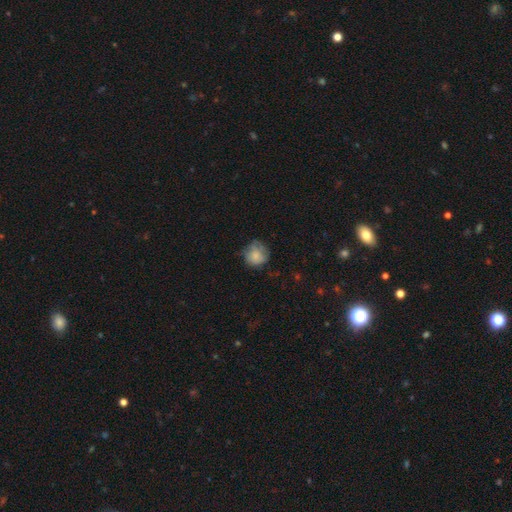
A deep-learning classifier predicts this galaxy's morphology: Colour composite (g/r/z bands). It shows a smooth galaxy with no disk features (72%) that is round (85%). Merging: none (62%).